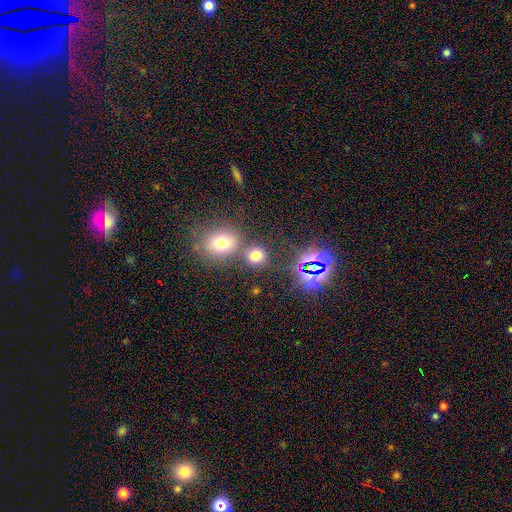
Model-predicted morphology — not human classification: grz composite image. It shows a smooth galaxy with no disk features (67%) that is round (78%). Merging: none (67%).